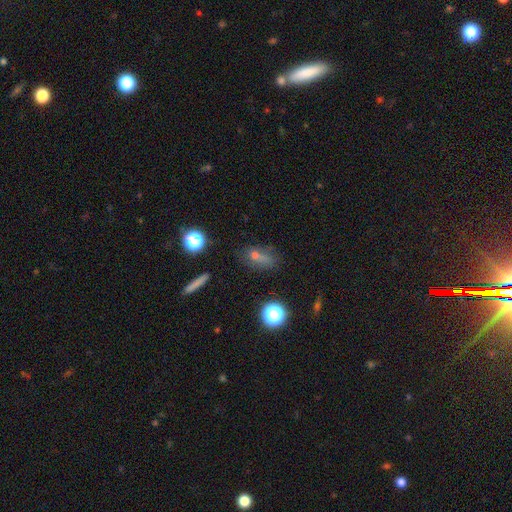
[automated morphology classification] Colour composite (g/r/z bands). It shows a smooth galaxy with no disk features (57%) that is in between round and cigar-shaped (63%). Merging: none (59%).